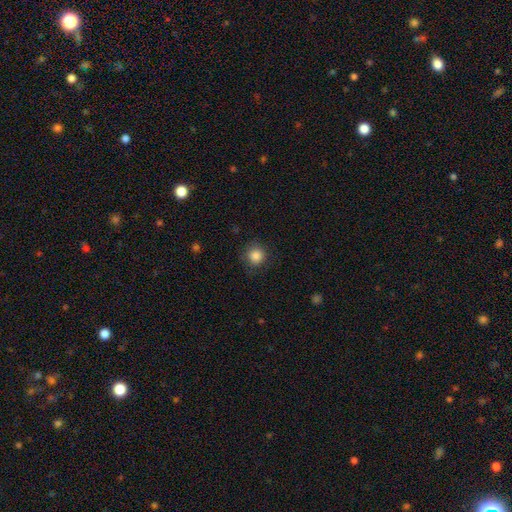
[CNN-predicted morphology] smooth_or_featured: smooth (p=0.86) [alt: star or artifact p=0.10]
how_rounded: round (p=0.90) [alt: in between p=0.09]
merging: none (p=0.84) [alt: minor disturbance p=0.11]